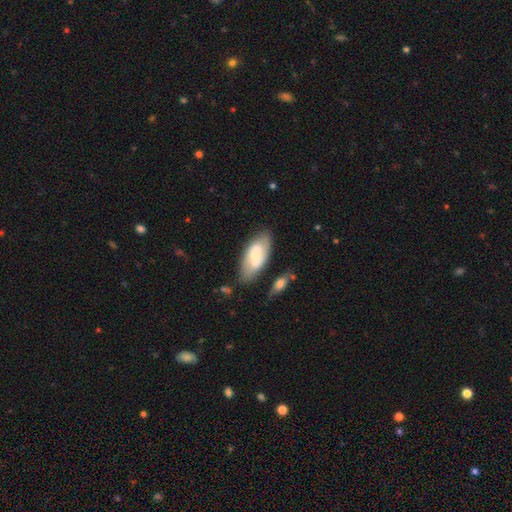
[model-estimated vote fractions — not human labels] Overall: featured or disk (48%; smooth 46%). Merging: none (68%).